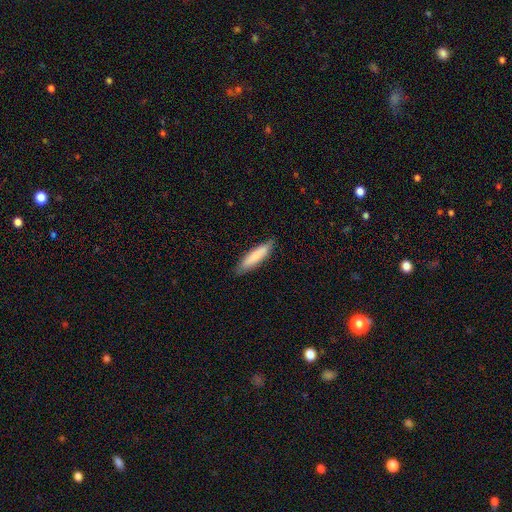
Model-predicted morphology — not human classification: smooth-or-featured: smooth: 80% | featured or disk: 14% | star or artifact: 5%
  how-rounded: cigar-shaped: 76% | in between: 23% | round: 1%
  merging: none: 85% | minor disturbance: 12% | major disturbance: 2% | merger: 1%